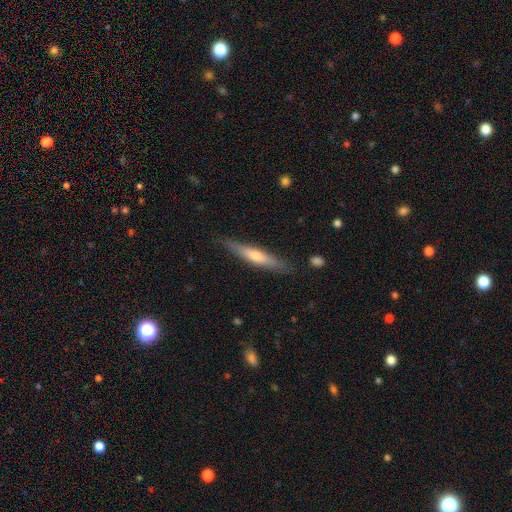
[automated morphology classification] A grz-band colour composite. It shows a featured or disk galaxy (54%) viewed edge-on (93%) with a rounded central bulge (74%). Merging: none (87%).